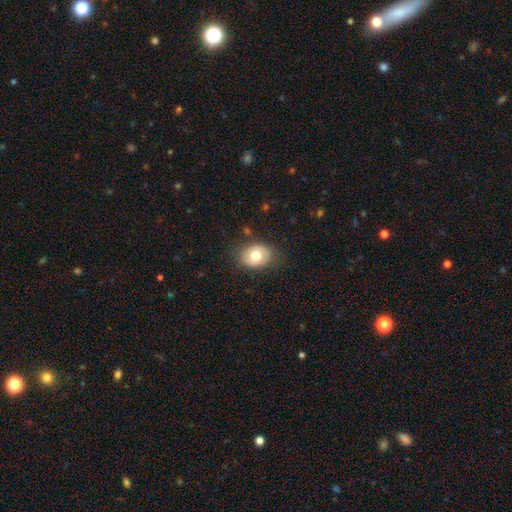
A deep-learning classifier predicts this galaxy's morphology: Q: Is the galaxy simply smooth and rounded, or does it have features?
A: smooth — 71%.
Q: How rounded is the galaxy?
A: in between — 60%.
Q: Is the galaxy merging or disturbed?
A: none — 81%.